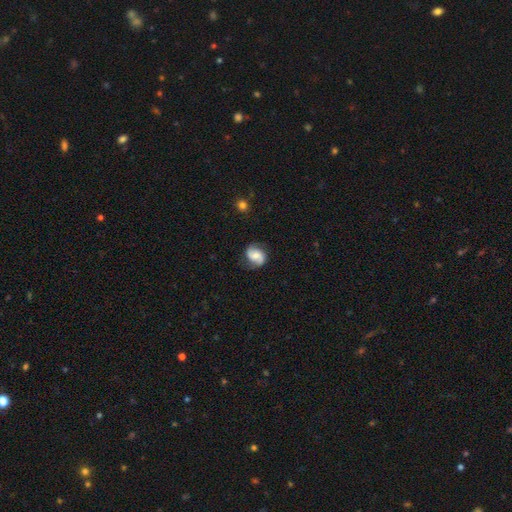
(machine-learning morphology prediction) Overall: featured or disk (70%). Edge-on disk: no (98%). Bar: no (53%; weak 36%). Spiral arms: yes (94%). Spiral arm count: 2 (91%). Spiral winding: medium (44%; loose 35%). Bulge size: moderate (55%; small 32%). Merging: none (78%).